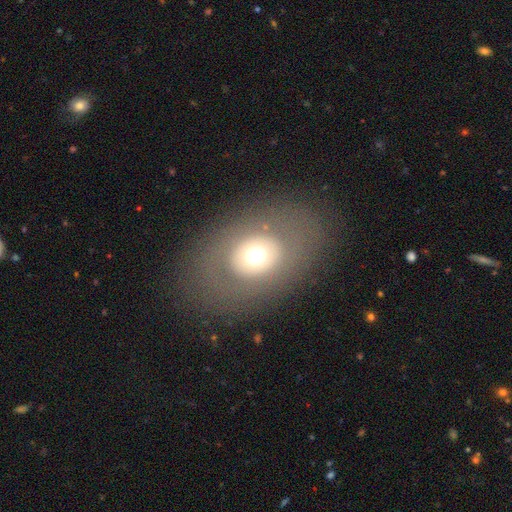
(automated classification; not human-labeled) smooth-or-featured: smooth: 57% | featured or disk: 30% | star or artifact: 13%
  how-rounded: in between: 60% | round: 39% | cigar-shaped: 1%
  merging: none: 81% | minor disturbance: 9% | major disturbance: 8% | merger: 1%